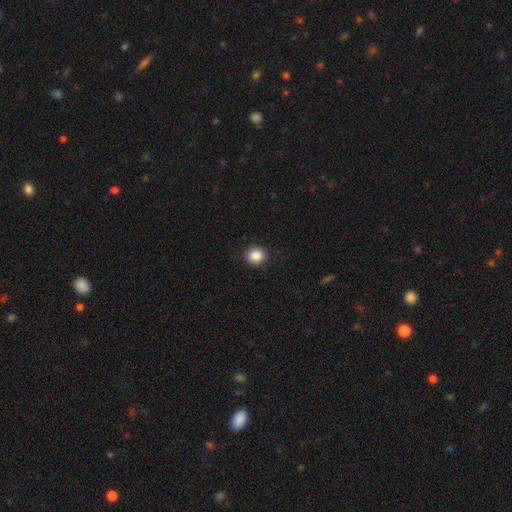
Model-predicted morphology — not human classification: Smooth or featured: smooth — 88% (star or artifact — 9%)
How rounded: round — 81% (in between — 19%)
Merging: none — 90% (minor disturbance — 7%)